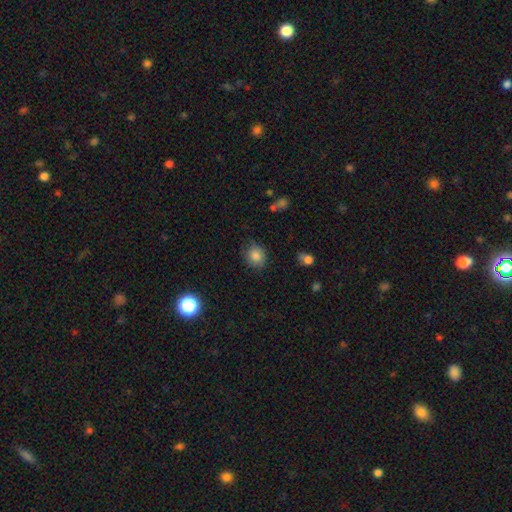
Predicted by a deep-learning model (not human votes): Smooth or featured: smooth — 83% (star or artifact — 10%)
How rounded: round — 71% (in between — 28%)
Merging: none — 75% (minor disturbance — 19%)